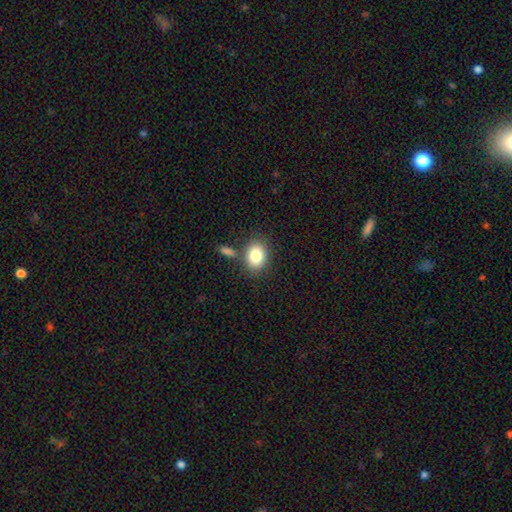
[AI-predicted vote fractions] A smooth galaxy with no disk features (83%) that is in between round and cigar-shaped (55%).

Vote fractions:
- Smooth or featured? smooth: 83% / featured or disk: 9% / star or artifact: 9%
- How rounded? in between: 55% / round: 44% / cigar-shaped: 1%
- Merging? none: 73% / minor disturbance: 12% / merger: 11% / major disturbance: 4%